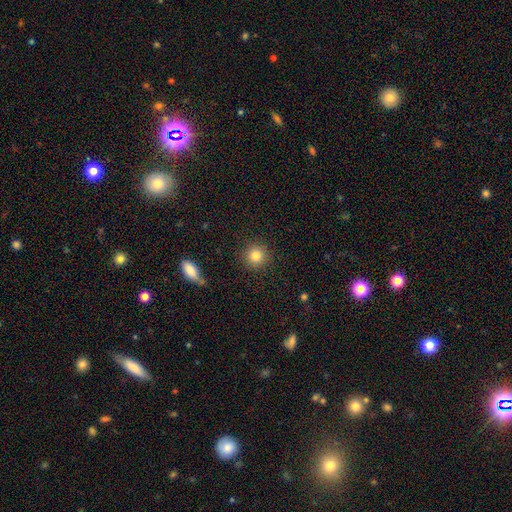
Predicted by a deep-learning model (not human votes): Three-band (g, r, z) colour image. It shows a smooth galaxy with no disk features (83%) that is round (93%). Merging: none (90%).